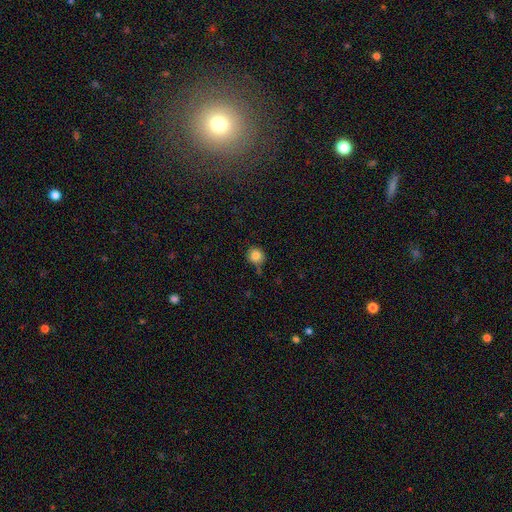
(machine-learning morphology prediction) Smooth or featured?
  - smooth: 84% *
  - star or artifact: 11%
  - featured or disk: 6%
How rounded?
  - round: 91% *
  - in between: 8%
  - cigar-shaped: 1%
Merging?
  - none: 72% *
  - minor disturbance: 17%
  - merger: 7%
  - major disturbance: 4%